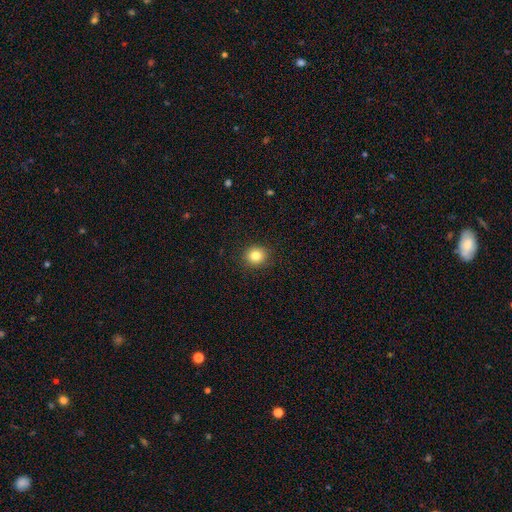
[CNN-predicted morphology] smooth_or_featured: smooth (p=0.83) [alt: star or artifact p=0.11]
how_rounded: round (p=0.82) [alt: in between p=0.17]
merging: none (p=0.90) [alt: minor disturbance p=0.07]